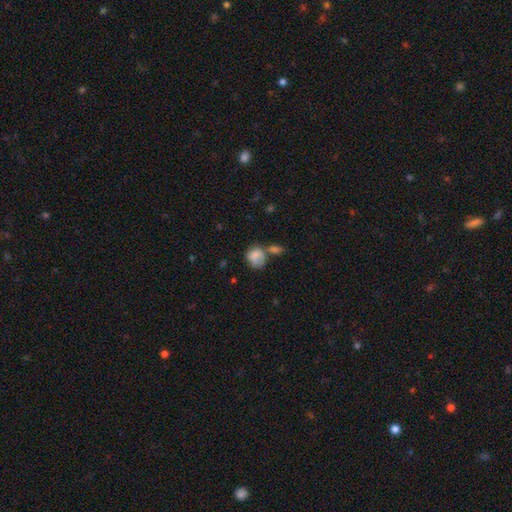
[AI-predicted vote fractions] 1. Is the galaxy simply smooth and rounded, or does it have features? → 75% smooth, 16% featured or disk, 9% star or artifact.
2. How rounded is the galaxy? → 53% round, 46% in between, 1% cigar-shaped.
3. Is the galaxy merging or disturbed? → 33% none, 30% merger, 23% minor disturbance, 15% major disturbance.